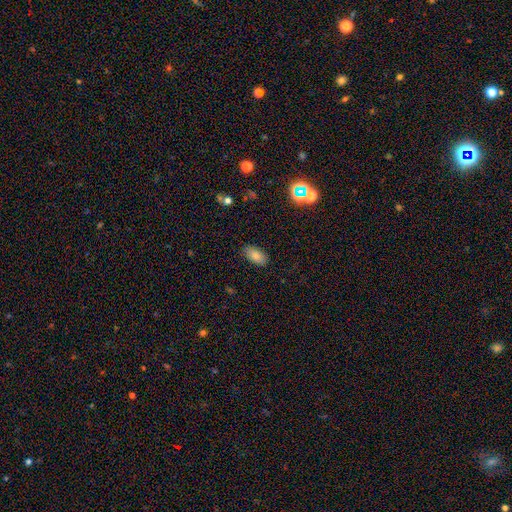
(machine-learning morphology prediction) This is clearly a smooth galaxy (82%). How rounded: clearly in between (93%). Merging: clearly none (86%).